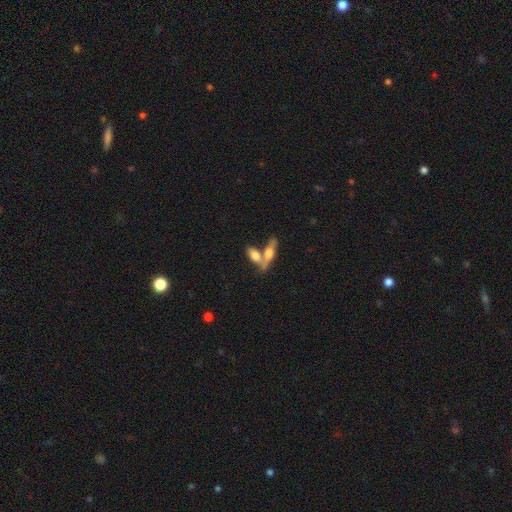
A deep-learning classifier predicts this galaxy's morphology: The model was most divided on "merging": merger: 53%, none: 34%, minor disturbance: 9%, major disturbance: 4%. More confident: how rounded — in between (74%); smooth or featured — smooth (65%).